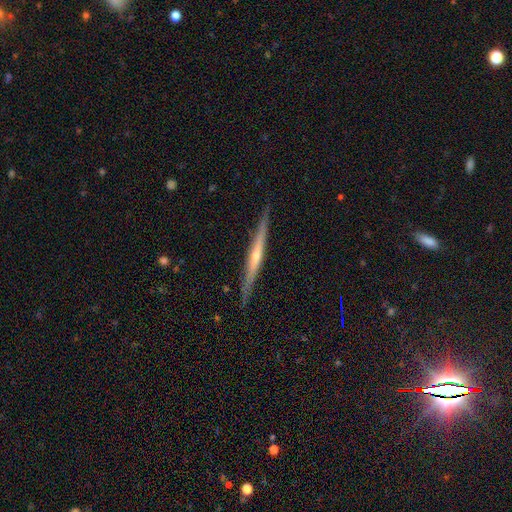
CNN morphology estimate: type=featured or disk (75%); edge-on=yes (98%); edge-on bulge=rounded (60%); merging=none (90%).